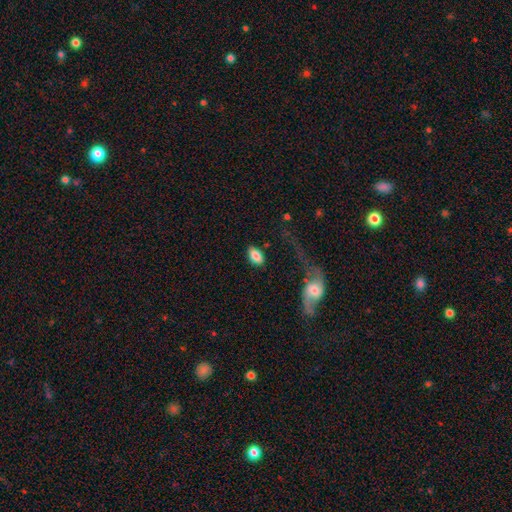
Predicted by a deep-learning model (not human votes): Q: Smooth or featured?
A: smooth (82%); runner-up: featured or disk (11%)
Q: How rounded?
A: in between (93%); runner-up: round (5%)
Q: Merging?
A: none (79%); runner-up: minor disturbance (11%)